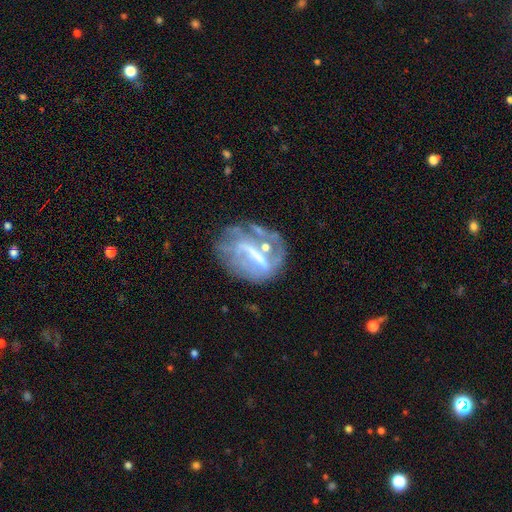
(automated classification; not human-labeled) This is likely a featured or disk galaxy (71%). It is clearly not viewed edge-on (93%). Bar: possibly strong (59%). Spiral arm pattern: possibly no (58%). Central bulge: marginally none (34%). Merging: marginally none (44%).